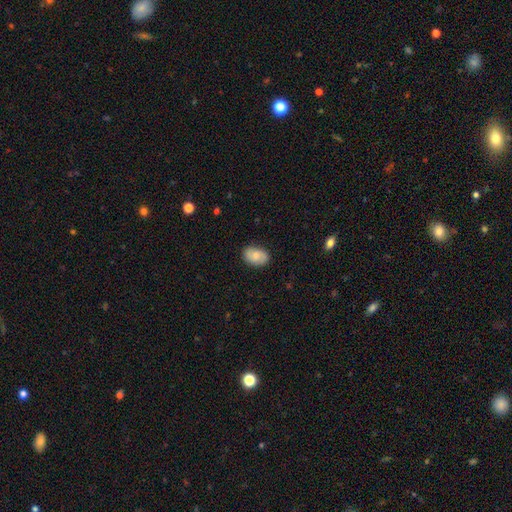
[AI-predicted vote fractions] Smooth or featured?
  - smooth: 62% *
  - featured or disk: 31%
  - star or artifact: 7%
How rounded?
  - in between: 84% *
  - round: 14%
  - cigar-shaped: 1%
Merging?
  - none: 81% *
  - minor disturbance: 15%
  - major disturbance: 3%
  - merger: 1%